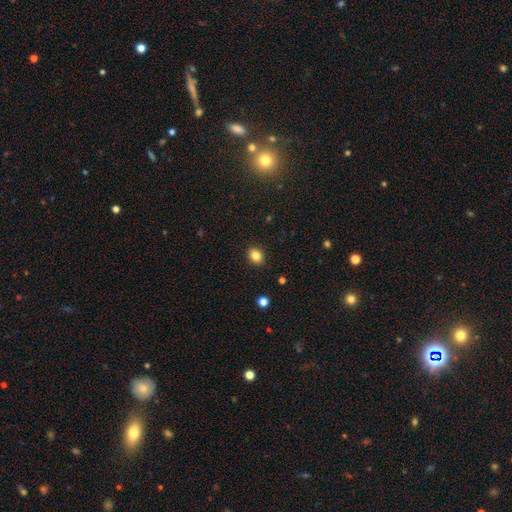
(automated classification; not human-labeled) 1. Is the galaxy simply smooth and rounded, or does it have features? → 84% smooth, 11% star or artifact, 6% featured or disk.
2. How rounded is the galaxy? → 52% round, 47% in between, 1% cigar-shaped.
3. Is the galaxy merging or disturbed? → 90% none, 7% minor disturbance, 2% major disturbance, 1% merger.